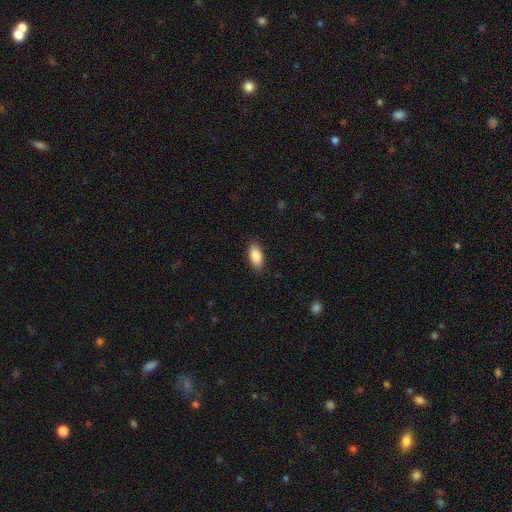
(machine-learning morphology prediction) smooth 88%, star or artifact 7%, featured or disk 6%. Down the decision tree: how rounded — in between (91%); merging — none (88%).